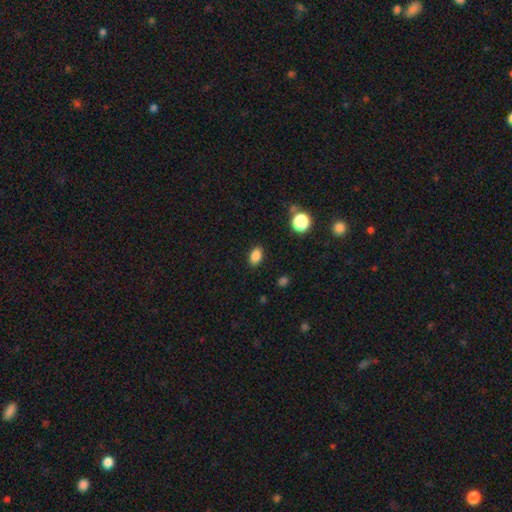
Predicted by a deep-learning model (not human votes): This appears to be a smooth galaxy with no disk features (86%) that is in between round and cigar-shaped (86%). Merging: none (88%).